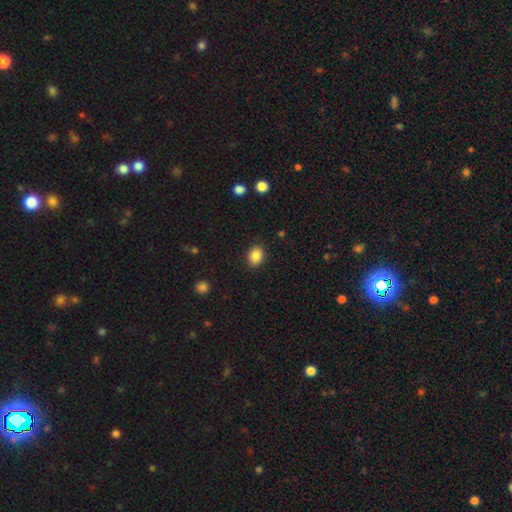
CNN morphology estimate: Smooth or featured? Predicted: smooth (p=0.88). How rounded? Predicted: round (p=0.51). Merging? Predicted: none (p=0.89).